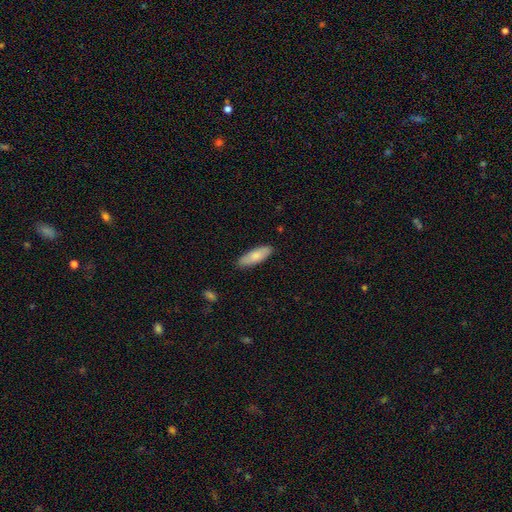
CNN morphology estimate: smooth_or_featured: smooth (p=0.81) [alt: featured or disk p=0.14]
how_rounded: in between (p=0.62) [alt: cigar-shaped p=0.36]
merging: none (p=0.86) [alt: minor disturbance p=0.11]